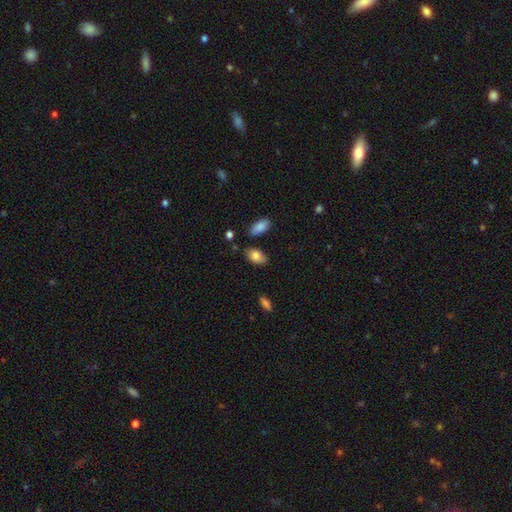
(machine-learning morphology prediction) Smooth or featured? smooth (82%)
How rounded? in between (93%)
Merging? none (75%)